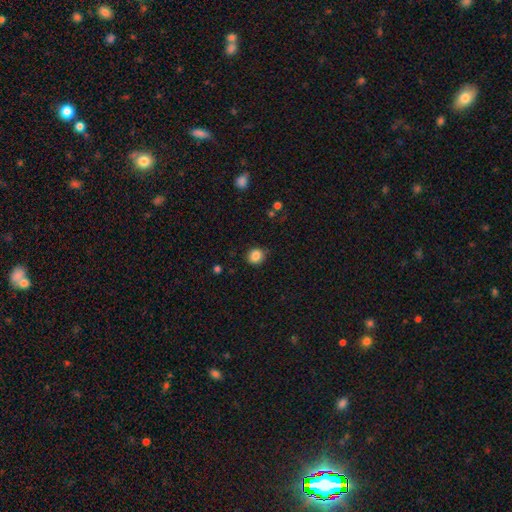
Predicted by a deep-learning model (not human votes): A smooth galaxy with no disk features (85%) that is round (80%). Merging: none (87%).